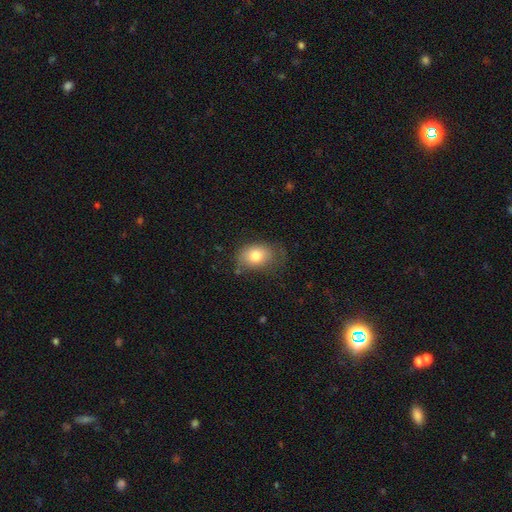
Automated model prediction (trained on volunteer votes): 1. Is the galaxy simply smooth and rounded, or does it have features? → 78% smooth, 13% featured or disk, 9% star or artifact.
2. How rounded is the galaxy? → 72% in between, 27% round, 1% cigar-shaped.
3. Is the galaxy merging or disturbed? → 58% none, 28% minor disturbance, 12% major disturbance, 2% merger.